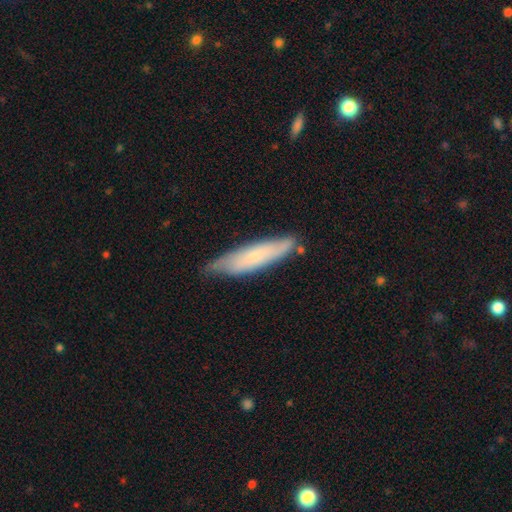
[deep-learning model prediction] This appears to be a smooth galaxy with no disk features (61%) that is cigar-shaped (75%). Merging: none (67%).